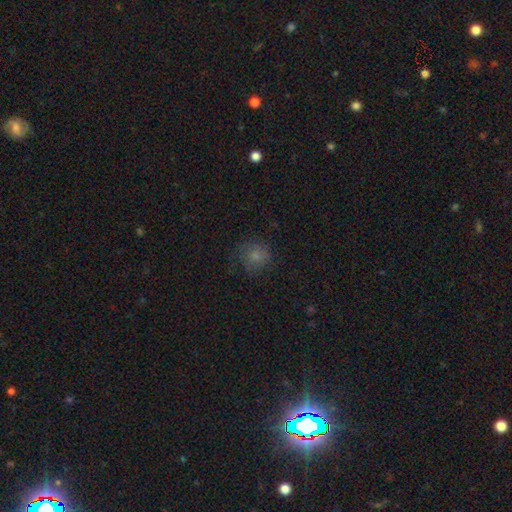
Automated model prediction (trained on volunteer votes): smooth_or_featured: smooth (p=0.75) [alt: star or artifact p=0.14]
how_rounded: round (p=0.86) [alt: in between p=0.13]
merging: none (p=0.70) [alt: minor disturbance p=0.20]